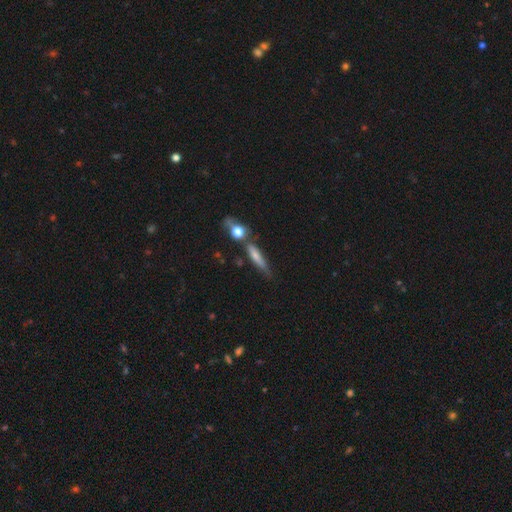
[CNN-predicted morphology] smooth-or-featured: smooth: 62% | featured or disk: 29% | star or artifact: 9%
  how-rounded: cigar-shaped: 74% | in between: 19% | round: 6%
  merging: none: 51% | merger: 23% | minor disturbance: 18% | major disturbance: 8%